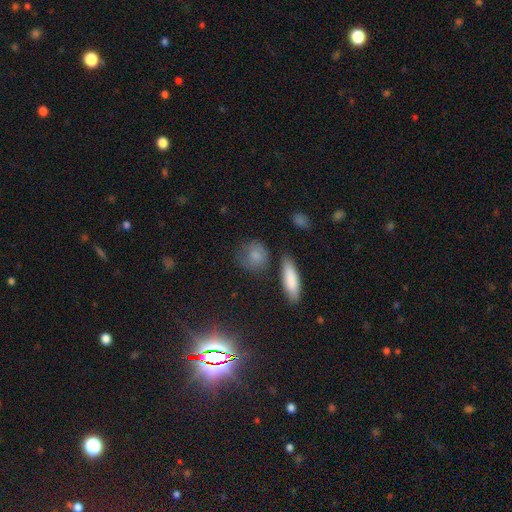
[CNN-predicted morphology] Smooth or featured?
  - smooth: 78% *
  - featured or disk: 12%
  - star or artifact: 9%
How rounded?
  - round: 67% *
  - in between: 28%
  - cigar-shaped: 5%
Merging?
  - none: 65% *
  - minor disturbance: 21%
  - major disturbance: 8%
  - merger: 7%